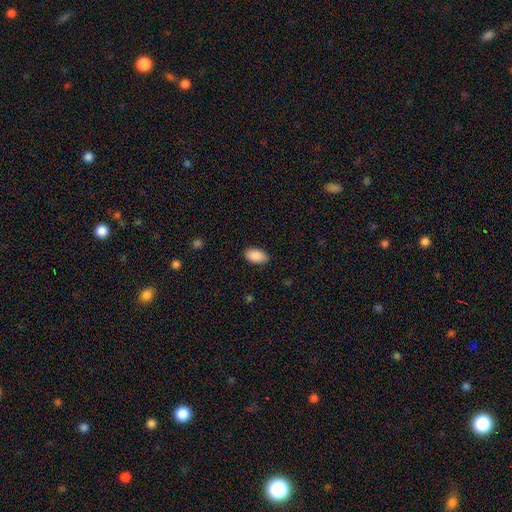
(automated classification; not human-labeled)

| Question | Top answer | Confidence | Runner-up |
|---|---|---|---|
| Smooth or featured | smooth | 90% | star or artifact (7%) |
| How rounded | in between | 94% | round (4%) |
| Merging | none | 86% | minor disturbance (11%) |